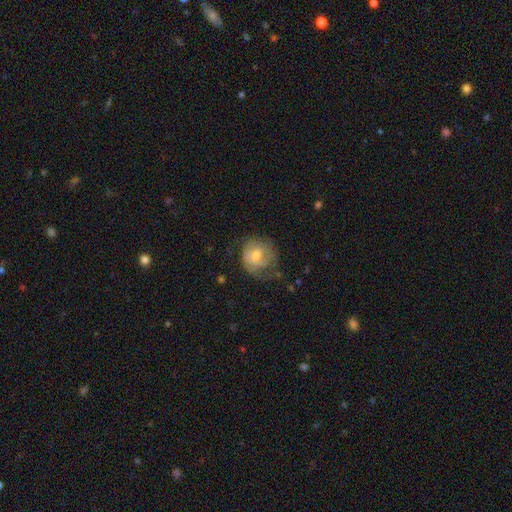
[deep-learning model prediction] A featured or disk galaxy (51%). Merging: none (49%).